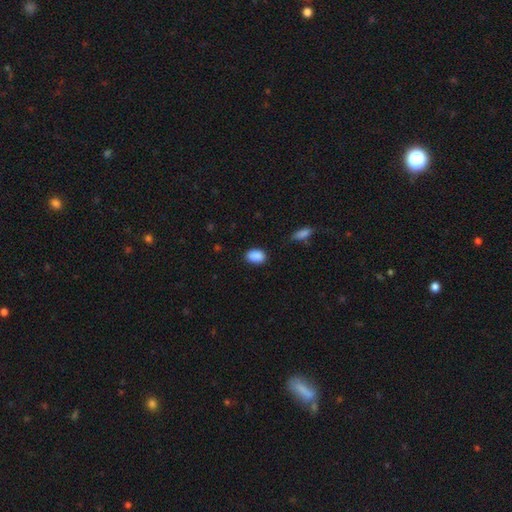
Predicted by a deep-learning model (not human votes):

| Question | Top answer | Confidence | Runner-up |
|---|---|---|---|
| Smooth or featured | smooth | 90% | star or artifact (7%) |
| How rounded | in between | 86% | round (13%) |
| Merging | none | 85% | minor disturbance (11%) |